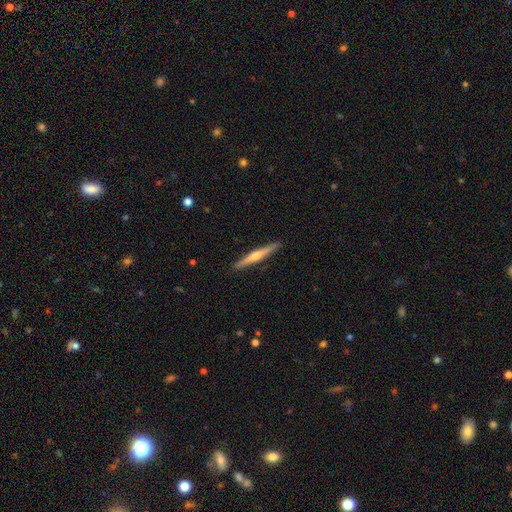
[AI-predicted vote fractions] Q: Smooth or featured?
A: featured or disk (66%); runner-up: smooth (29%)
Q: Edge-on disk?
A: yes (98%); runner-up: no (2%)
Q: Edge-on bulge?
A: rounded (85%); runner-up: none (12%)
Q: Merging?
A: none (92%); runner-up: minor disturbance (6%)